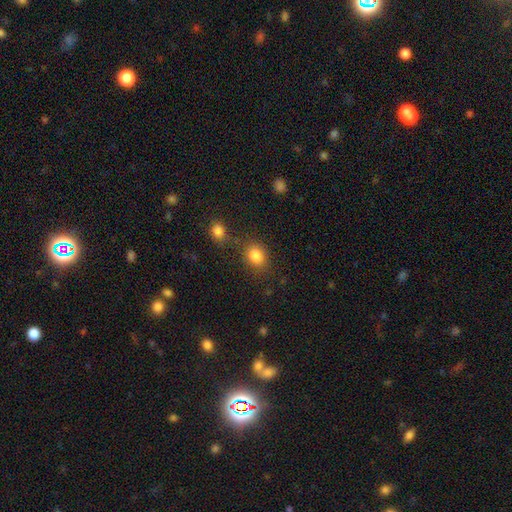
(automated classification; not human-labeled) smooth-or-featured: smooth: 84% | star or artifact: 10% | featured or disk: 5%
  how-rounded: in between: 57% | round: 42% | cigar-shaped: 1%
  merging: none: 71% | minor disturbance: 13% | merger: 10% | major disturbance: 5%